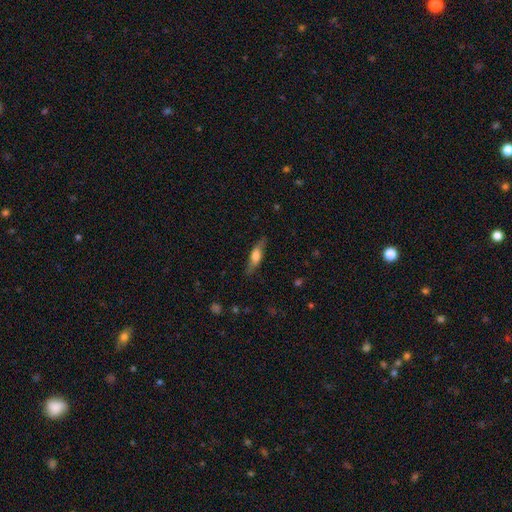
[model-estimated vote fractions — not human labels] smooth-or-featured: smooth: 53% | featured or disk: 40% | star or artifact: 7%
  how-rounded: cigar-shaped: 65% | in between: 33% | round: 3%
  merging: none: 81% | minor disturbance: 14% | major disturbance: 4% | merger: 1%